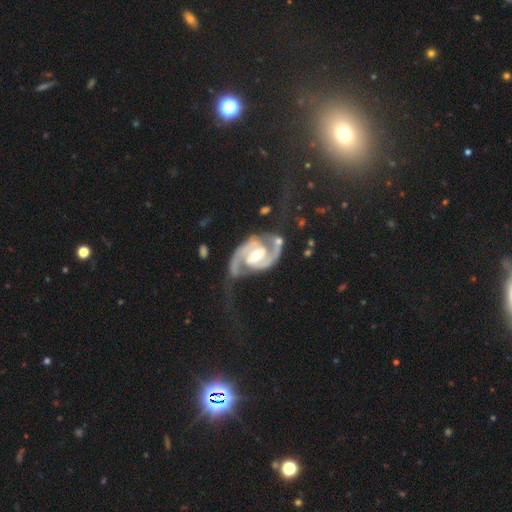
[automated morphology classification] Smooth or featured: featured or disk — 93% (star or artifact — 4%)
Edge-on disk: no — 98% (yes — 2%)
Bar: strong — 43% (weak — 41%)
Spiral arms: yes — 98% (no — 2%)
Spiral winding: medium — 53% (tight — 30%)
Spiral arm count: 2 — 93% (can't tell — 2%)
Bulge size: moderate — 63% (small — 31%)
Merging: none — 56% (minor disturbance — 19%)